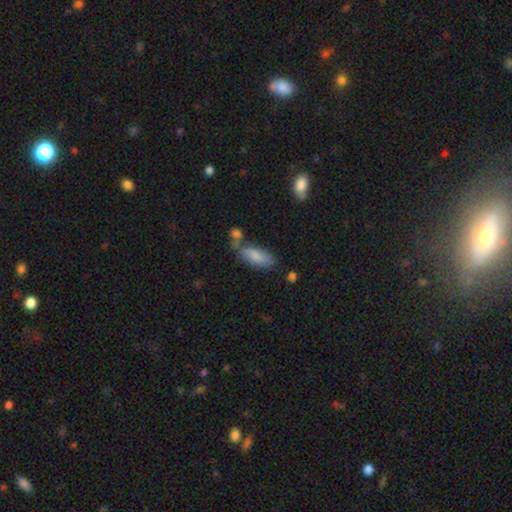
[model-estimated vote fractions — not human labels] smooth 80%, featured or disk 13%, star or artifact 7%. Down the decision tree: how rounded — in between (79%); merging — none (54%).